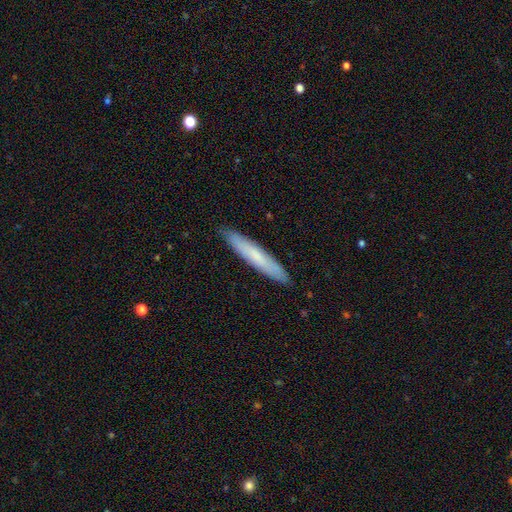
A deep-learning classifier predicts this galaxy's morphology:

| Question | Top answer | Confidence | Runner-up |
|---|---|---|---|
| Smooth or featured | smooth | 66% | featured or disk (29%) |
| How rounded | cigar-shaped | 92% | in between (6%) |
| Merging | none | 89% | minor disturbance (8%) |